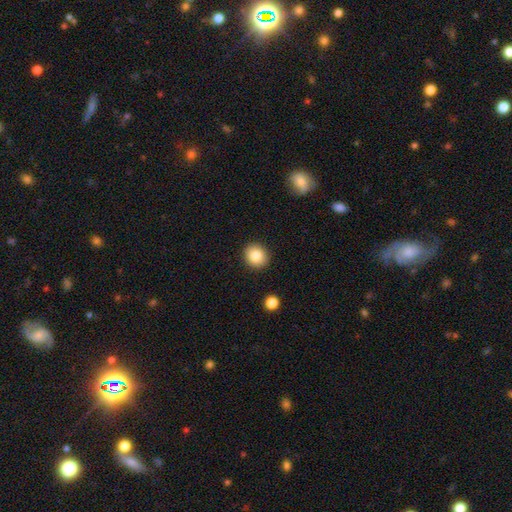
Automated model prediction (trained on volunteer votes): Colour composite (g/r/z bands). It shows a smooth galaxy with no disk features (83%) that is round (82%). Merging: none (90%).